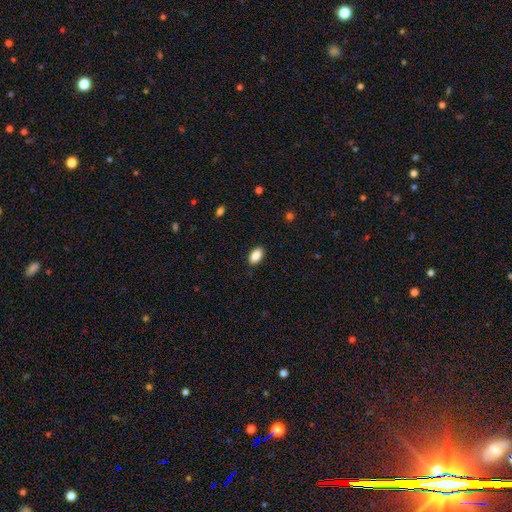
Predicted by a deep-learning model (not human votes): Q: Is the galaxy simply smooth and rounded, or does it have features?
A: smooth — 89%.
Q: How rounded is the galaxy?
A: in between — 93%.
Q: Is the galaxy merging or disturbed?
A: none — 88%.